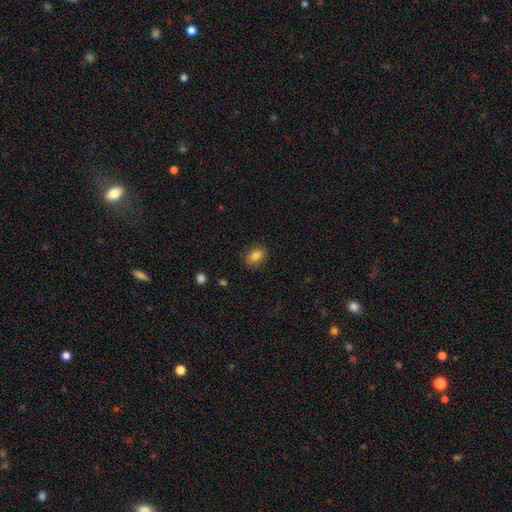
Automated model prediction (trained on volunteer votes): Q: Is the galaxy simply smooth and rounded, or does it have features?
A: smooth — 81%.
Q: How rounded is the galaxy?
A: in between — 79%.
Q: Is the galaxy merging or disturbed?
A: none — 86%.